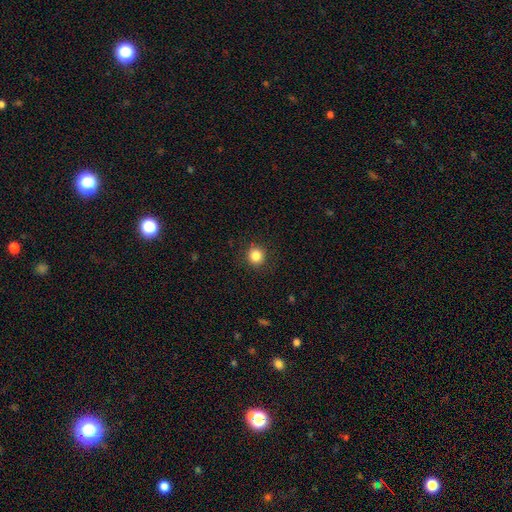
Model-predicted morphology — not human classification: Smooth or featured?
  - smooth: 85% *
  - star or artifact: 11%
  - featured or disk: 4%
How rounded?
  - round: 93% *
  - in between: 6%
  - cigar-shaped: 1%
Merging?
  - none: 90% *
  - minor disturbance: 6%
  - major disturbance: 2%
  - merger: 1%